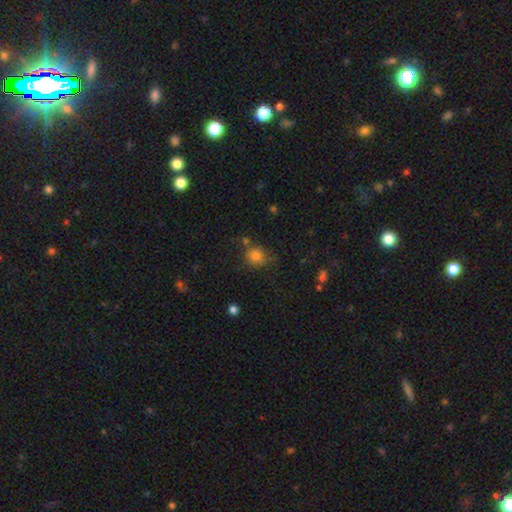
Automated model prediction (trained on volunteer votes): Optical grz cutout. It shows a smooth galaxy with no disk features (82%) that is round (81%). Merging: none (73%).